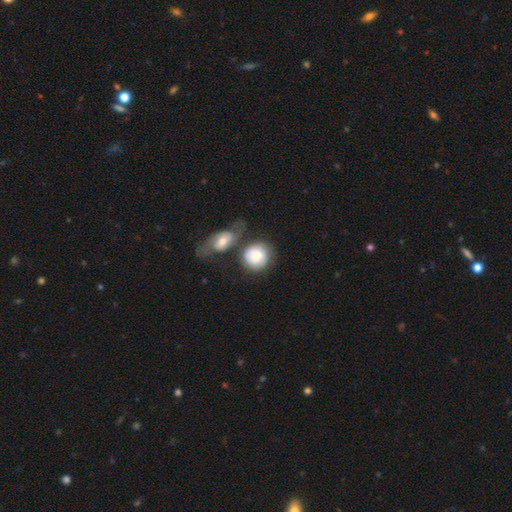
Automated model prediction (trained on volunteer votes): smooth-or-featured: smooth: 71% | featured or disk: 23% | star or artifact: 6%
  how-rounded: round: 81% | in between: 18% | cigar-shaped: 1%
  merging: none: 39% | merger: 35% | minor disturbance: 16% | major disturbance: 10%